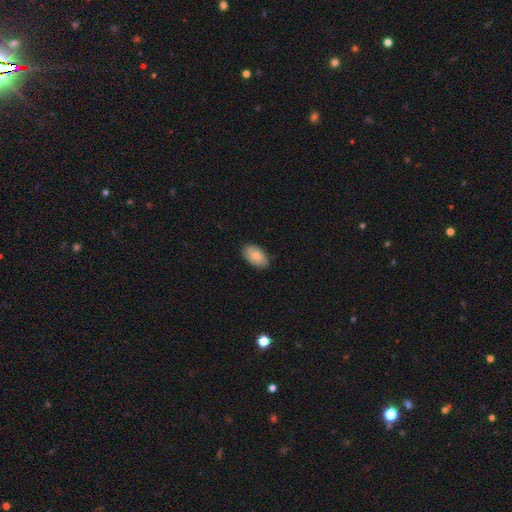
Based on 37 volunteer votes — Smooth or featured? 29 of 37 (78%) said smooth. How rounded? 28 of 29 (97%) said in between. Merging? 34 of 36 (94%) said none.